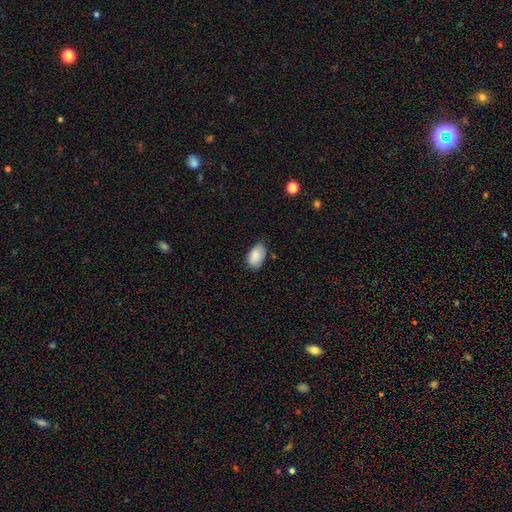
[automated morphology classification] A smooth galaxy with no disk features (89%) that is in between round and cigar-shaped (94%).

Vote fractions:
- Smooth or featured? smooth: 89% / star or artifact: 6% / featured or disk: 5%
- How rounded? in between: 94% / round: 5% / cigar-shaped: 1%
- Merging? none: 78% / minor disturbance: 17% / major disturbance: 3% / merger: 1%